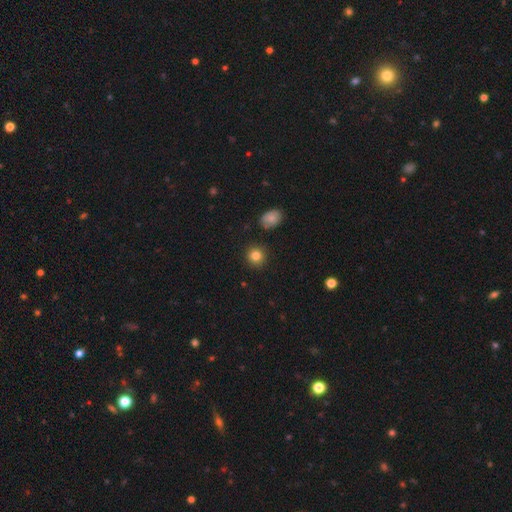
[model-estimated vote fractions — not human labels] This is clearly a smooth galaxy (83%). How rounded: clearly round (90%). Merging: clearly none (90%).